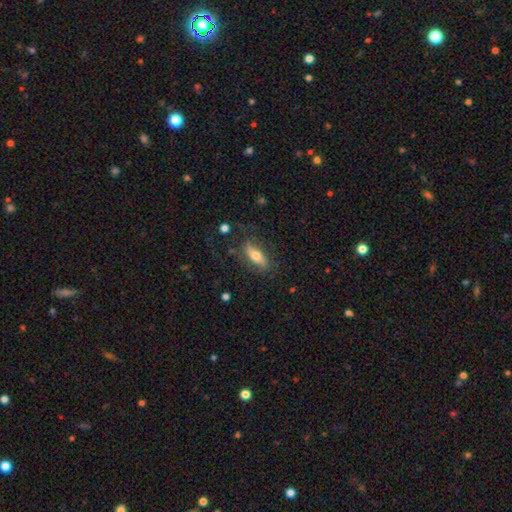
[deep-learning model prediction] smooth-or-featured: smooth: 59% | featured or disk: 33% | star or artifact: 7%
  how-rounded: in between: 67% | cigar-shaped: 30% | round: 3%
  merging: none: 68% | minor disturbance: 19% | major disturbance: 11% | merger: 2%